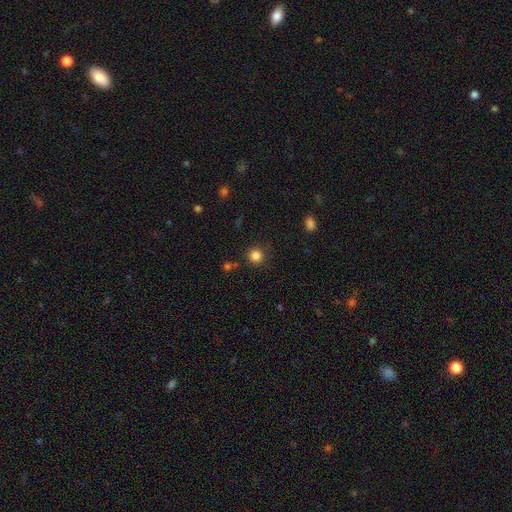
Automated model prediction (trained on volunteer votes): This appears to be a smooth galaxy with no disk features (84%) that is round (94%). Merging: none (86%).